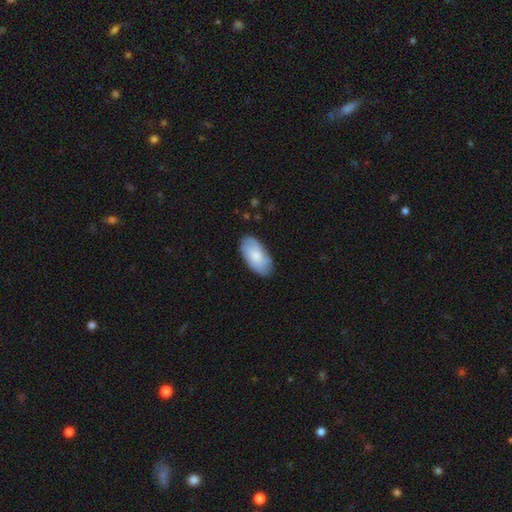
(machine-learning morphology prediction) A smooth galaxy with no disk features (78%) that is in between round and cigar-shaped (95%). Merging: none (80%).